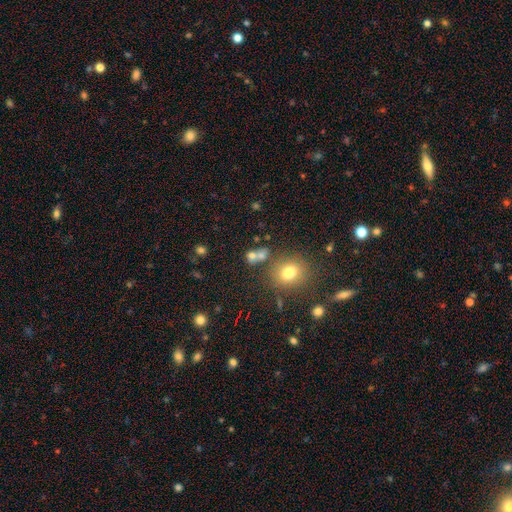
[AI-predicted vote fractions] Smooth or featured? smooth (67%)
How rounded? round (56%)
Merging? none (43%)